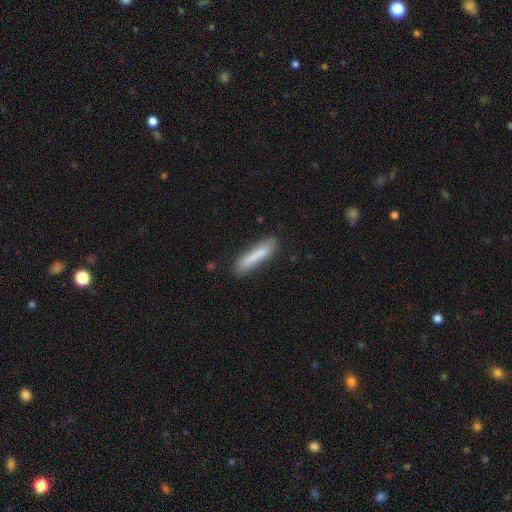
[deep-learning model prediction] smooth 78%, featured or disk 16%, star or artifact 6%. Down the decision tree: how rounded — cigar-shaped (87%); merging — none (76%).